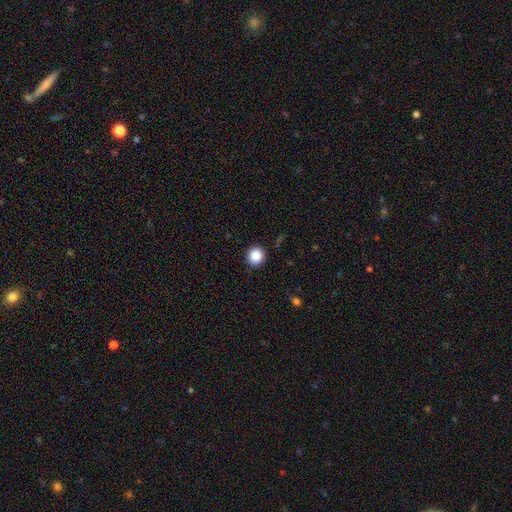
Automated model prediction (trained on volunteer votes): Smooth or featured: smooth — 86% (star or artifact — 10%)
How rounded: round — 94% (in between — 5%)
Merging: none — 92% (minor disturbance — 5%)